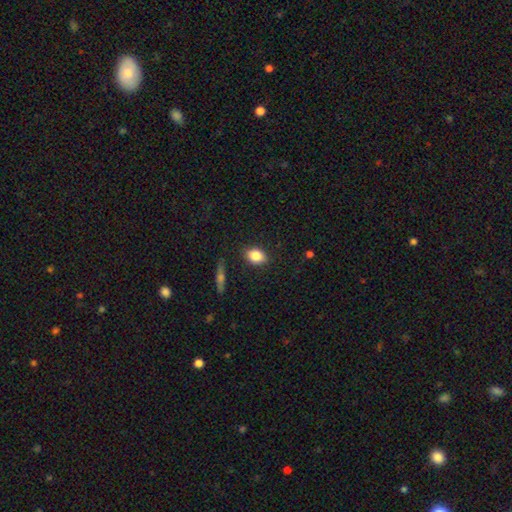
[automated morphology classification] This is clearly a smooth galaxy (84%). How rounded: likely in between (73%). Merging: clearly none (86%).